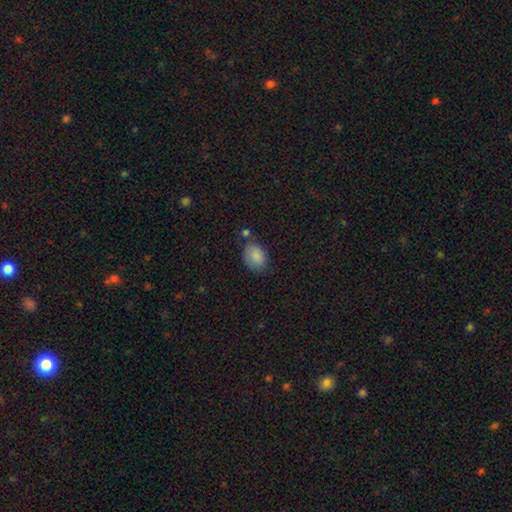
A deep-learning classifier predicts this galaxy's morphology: Smooth or featured: smooth — 85% (star or artifact — 8%)
How rounded: in between — 76% (round — 23%)
Merging: none — 60% (minor disturbance — 25%)